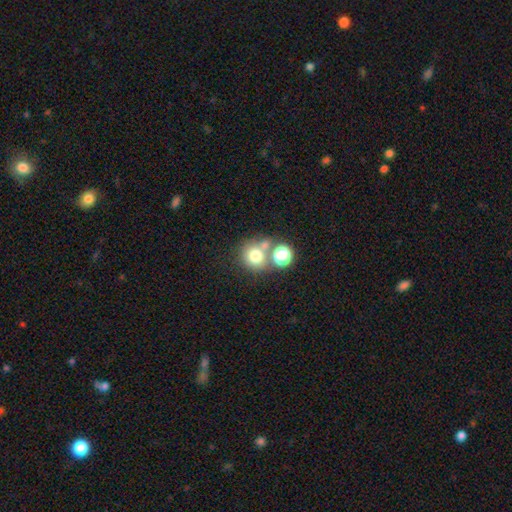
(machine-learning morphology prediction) smooth-or-featured: smooth: 72% | star or artifact: 15% | featured or disk: 12%
  how-rounded: round: 86% | in between: 13% | cigar-shaped: 1%
  merging: none: 53% | merger: 33% | minor disturbance: 9% | major disturbance: 5%